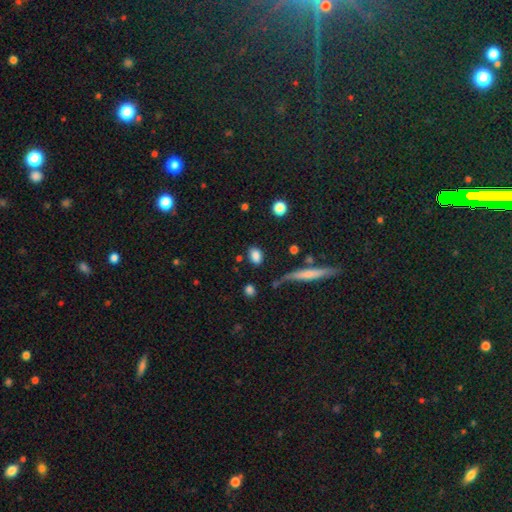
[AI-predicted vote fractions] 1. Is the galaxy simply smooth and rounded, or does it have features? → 84% smooth, 9% star or artifact, 7% featured or disk.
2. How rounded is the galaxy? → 82% in between, 14% round, 4% cigar-shaped.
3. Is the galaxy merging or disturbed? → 80% none, 11% minor disturbance, 4% merger, 4% major disturbance.